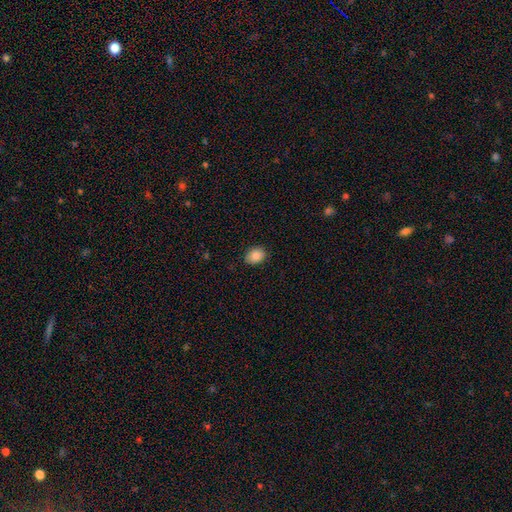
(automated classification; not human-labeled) Smooth or featured: smooth — 87% (star or artifact — 8%)
How rounded: in between — 68% (round — 31%)
Merging: none — 85% (minor disturbance — 12%)